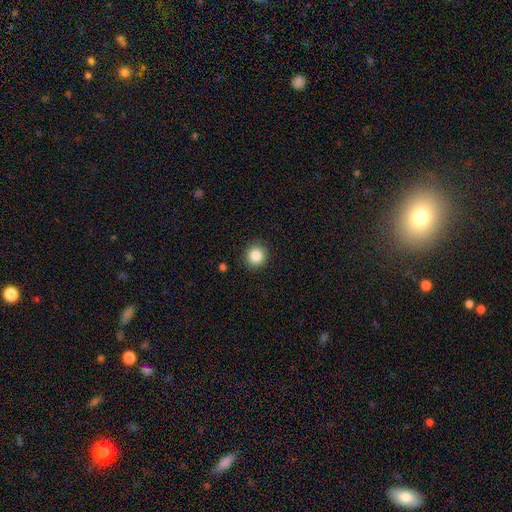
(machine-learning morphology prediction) This appears to be a smooth galaxy with no disk features (85%) that is round (91%). Merging: none (90%).